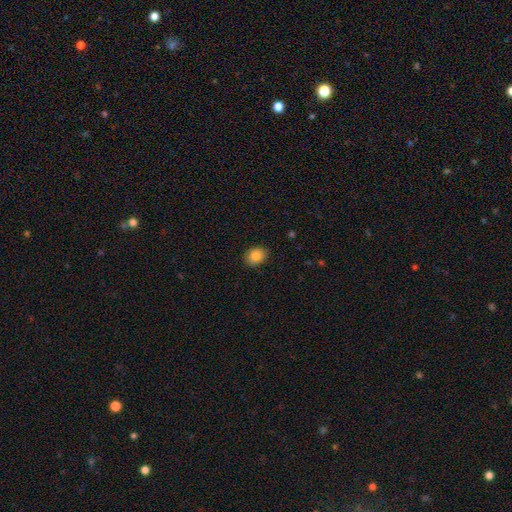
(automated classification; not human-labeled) Smooth or featured? Predicted: smooth (p=0.86). How rounded? Predicted: in between (p=0.50). Merging? Predicted: none (p=0.86).